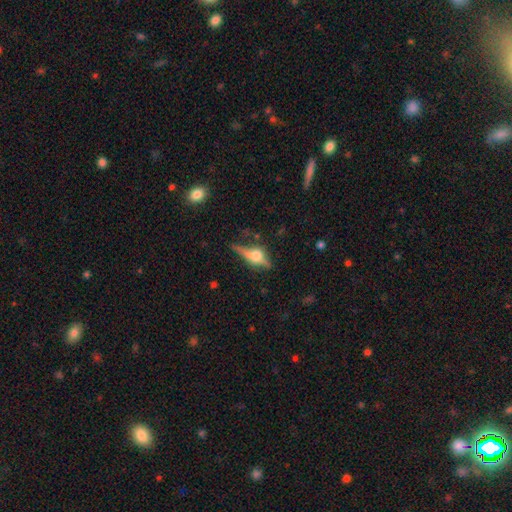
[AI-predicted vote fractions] Smooth or featured?
  - featured or disk: 64% *
  - smooth: 26%
  - star or artifact: 10%
Edge-on disk?
  - yes: 91% *
  - no: 9%
Edge-on bulge?
  - rounded: 93% *
  - boxy: 5%
  - none: 2%
Merging?
  - none: 68% *
  - minor disturbance: 19%
  - major disturbance: 9%
  - merger: 4%